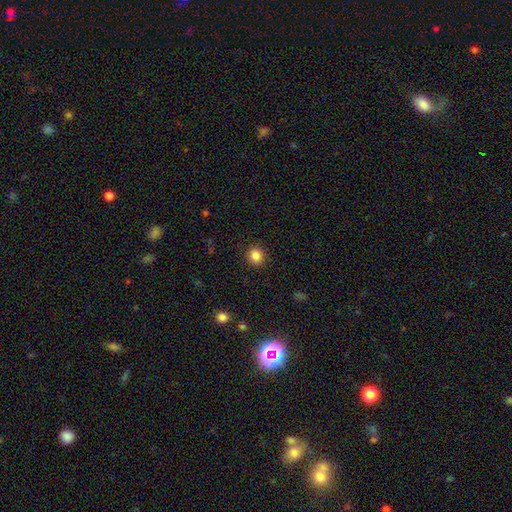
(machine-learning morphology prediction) type=smooth (85%); roundness=round (84%); merging=none (90%).